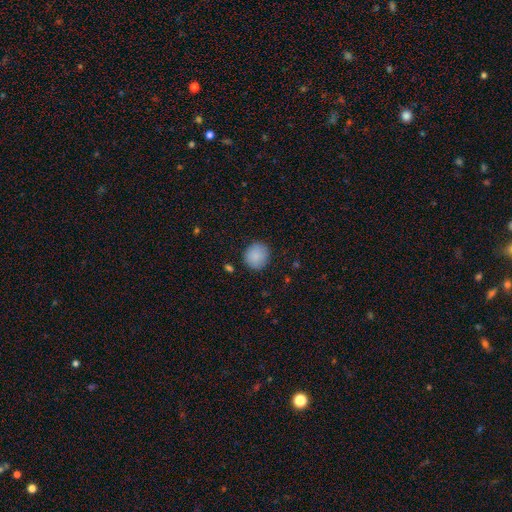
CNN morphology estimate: Smooth or featured?
  - smooth: 88% *
  - star or artifact: 8%
  - featured or disk: 4%
How rounded?
  - round: 86% *
  - in between: 14%
  - cigar-shaped: 1%
Merging?
  - none: 87% *
  - minor disturbance: 9%
  - major disturbance: 3%
  - merger: 1%